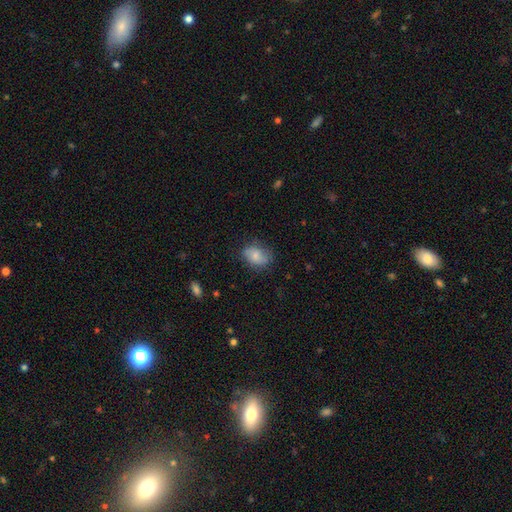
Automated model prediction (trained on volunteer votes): This appears to be a smooth galaxy with no disk features (75%) that is in between round and cigar-shaped (75%). Merging: none (69%).